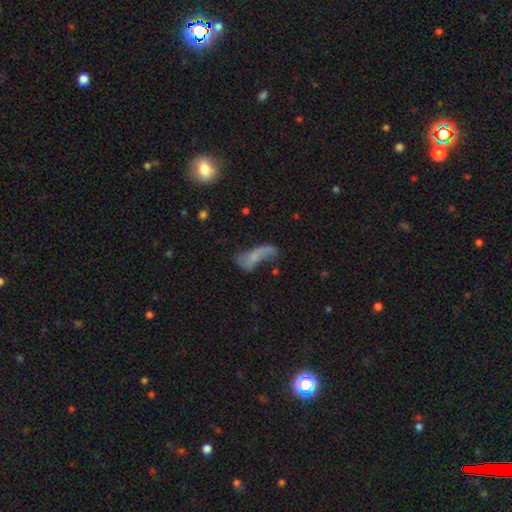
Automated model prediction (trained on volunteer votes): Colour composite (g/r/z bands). It shows a featured or disk galaxy (44%, tied with smooth). Merging: none (37%).